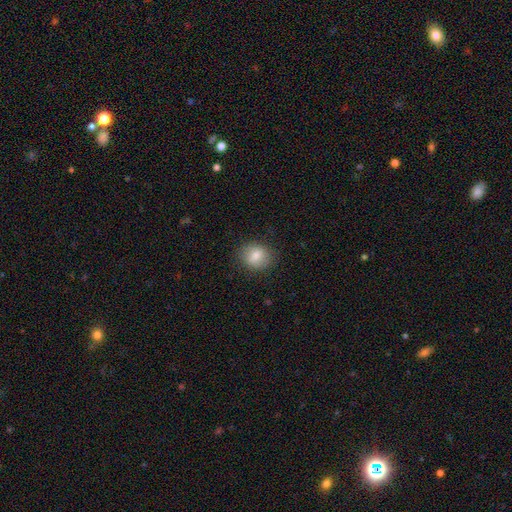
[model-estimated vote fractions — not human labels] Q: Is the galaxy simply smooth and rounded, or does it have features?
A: smooth — 81%.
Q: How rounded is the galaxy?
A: round — 71%.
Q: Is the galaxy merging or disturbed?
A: none — 83%.